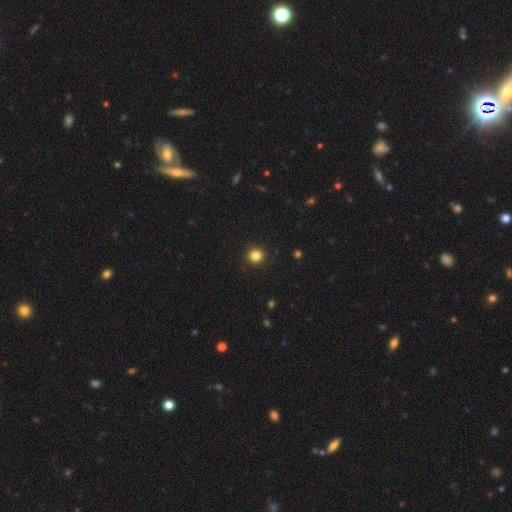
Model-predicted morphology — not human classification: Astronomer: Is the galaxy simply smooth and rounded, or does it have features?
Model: smooth — 83%.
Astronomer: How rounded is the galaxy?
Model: round — 95%.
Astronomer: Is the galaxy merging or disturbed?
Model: none — 93%.